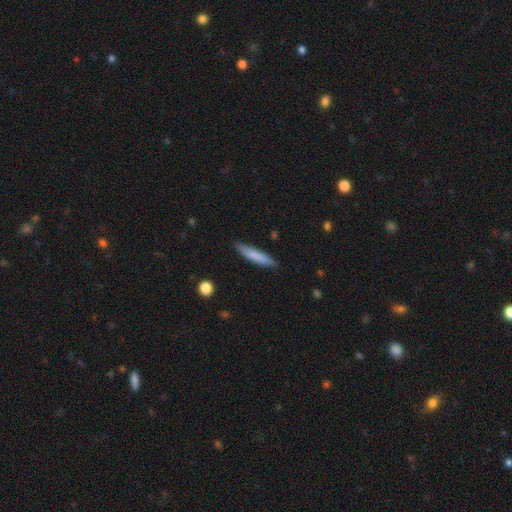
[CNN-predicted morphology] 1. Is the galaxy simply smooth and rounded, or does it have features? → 78% smooth, 17% featured or disk, 6% star or artifact.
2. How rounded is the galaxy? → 89% cigar-shaped, 10% in between, 1% round.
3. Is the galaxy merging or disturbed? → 87% none, 10% minor disturbance, 2% major disturbance, 1% merger.